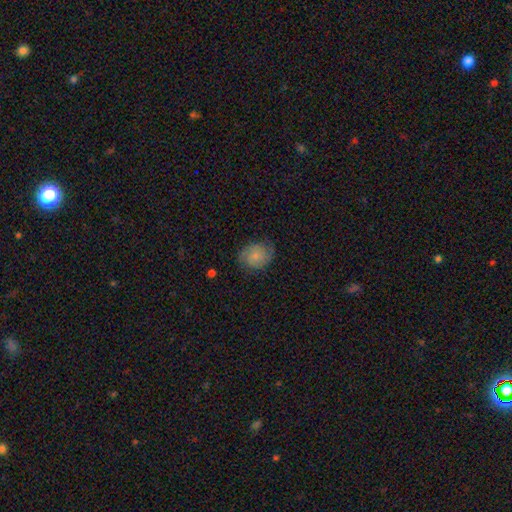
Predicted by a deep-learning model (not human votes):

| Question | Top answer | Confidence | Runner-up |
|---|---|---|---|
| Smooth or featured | smooth | 48% | featured or disk (44%) |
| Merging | none | 72% | minor disturbance (20%) |